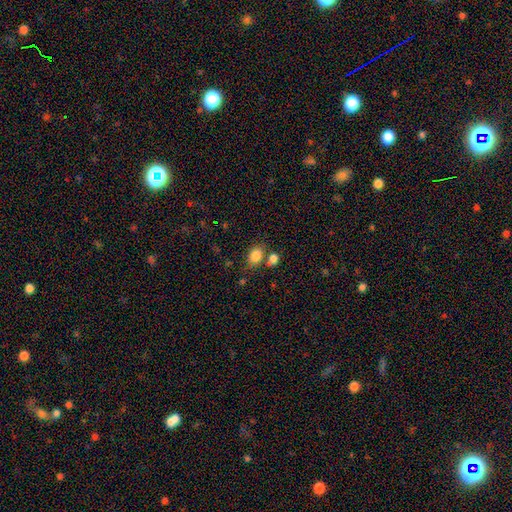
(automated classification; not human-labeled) Smooth or featured? smooth (84%)
How rounded? in between (73%)
Merging? none (60%)